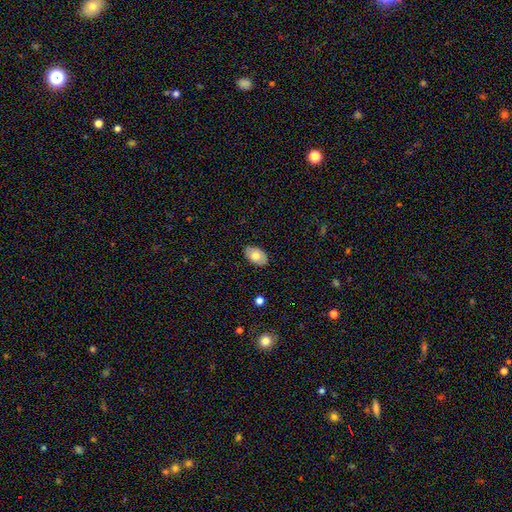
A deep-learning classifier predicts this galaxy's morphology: A smooth galaxy with no disk features (70%) that is in between round and cigar-shaped (90%). Merging: none (85%).